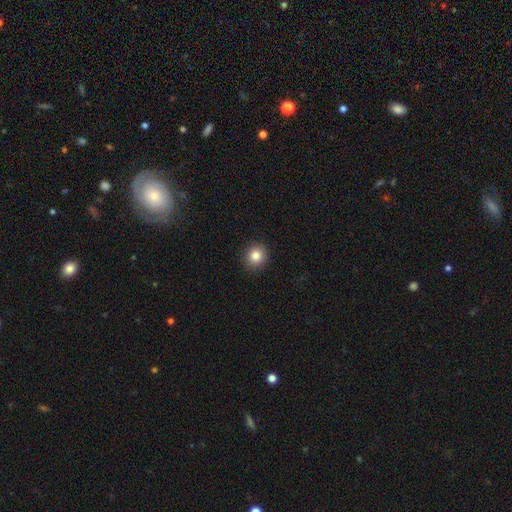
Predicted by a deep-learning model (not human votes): This appears to be a smooth galaxy with no disk features (83%) that is round (88%). Merging: none (91%).